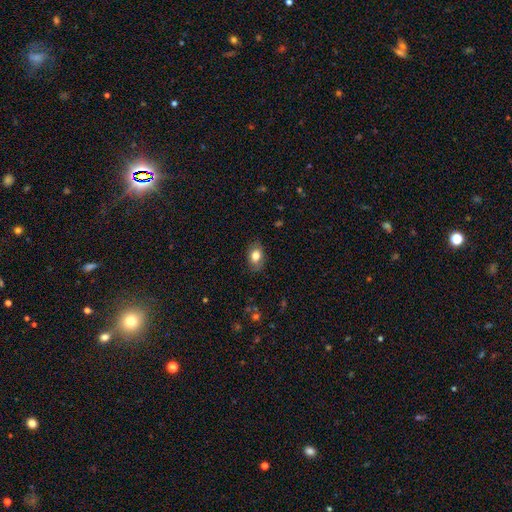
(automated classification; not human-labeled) Smooth or featured? Predicted: smooth (p=0.80). How rounded? Predicted: in between (p=0.82). Merging? Predicted: none (p=0.83).